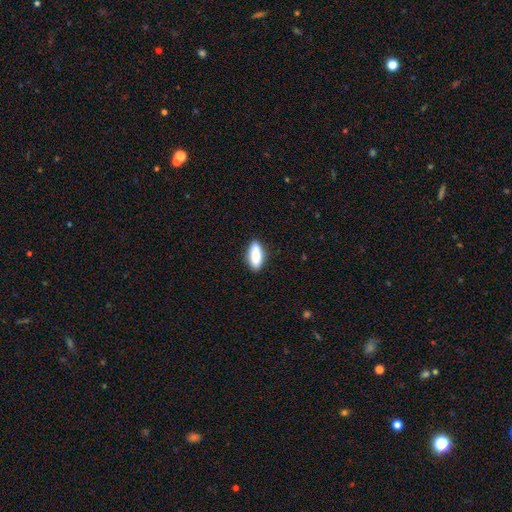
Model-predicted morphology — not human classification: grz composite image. It shows a smooth galaxy with no disk features (81%) that is in between round and cigar-shaped (73%). Merging: none (87%).